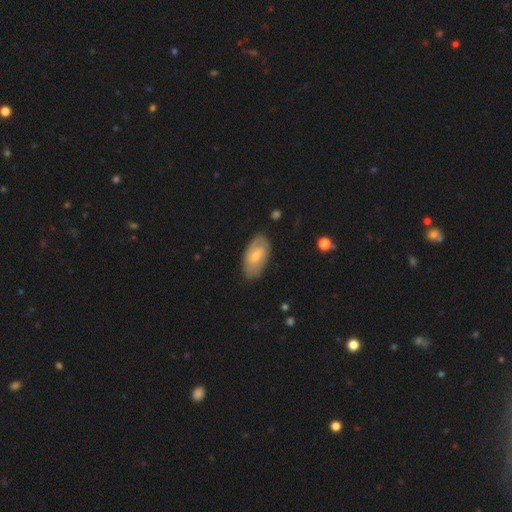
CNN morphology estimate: This is possibly a smooth galaxy (48%). Merging: likely none (77%).